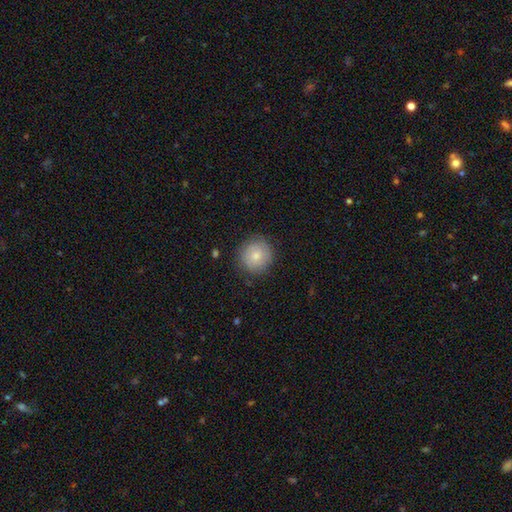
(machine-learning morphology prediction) Smooth or featured: smooth — 75% (featured or disk — 17%)
How rounded: round — 94% (in between — 6%)
Merging: none — 84% (minor disturbance — 12%)